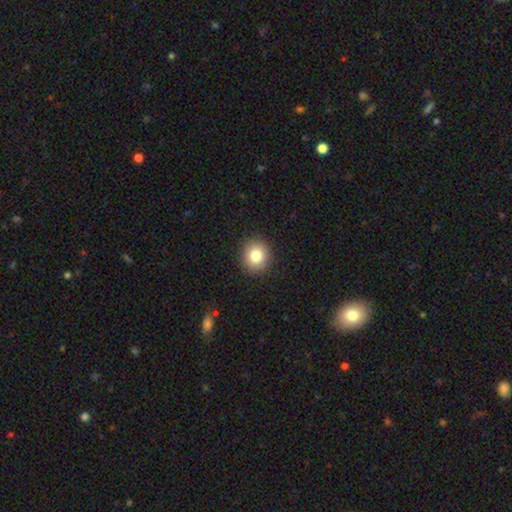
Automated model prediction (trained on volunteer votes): Smooth or featured? smooth (82%)
How rounded? round (84%)
Merging? none (91%)